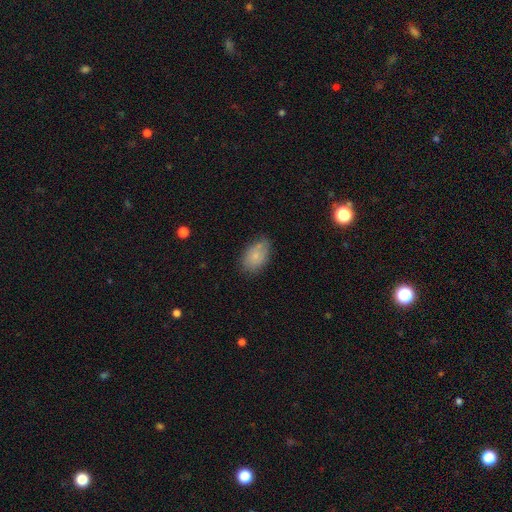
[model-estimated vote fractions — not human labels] Smooth or featured?
  - smooth: 79% *
  - featured or disk: 13%
  - star or artifact: 8%
How rounded?
  - in between: 88% *
  - round: 10%
  - cigar-shaped: 1%
Merging?
  - none: 68% *
  - minor disturbance: 24%
  - major disturbance: 5%
  - merger: 3%